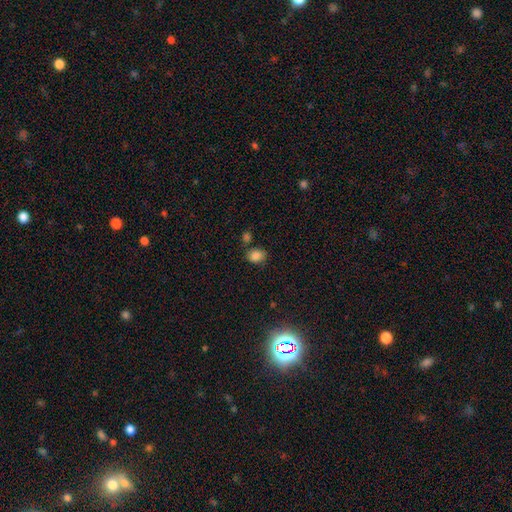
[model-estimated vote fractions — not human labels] Overall: smooth (84%). How rounded: in between (55%; round 44%). Merging: none (68%).